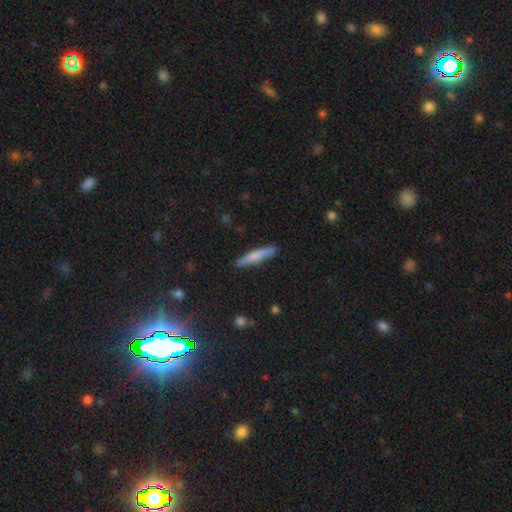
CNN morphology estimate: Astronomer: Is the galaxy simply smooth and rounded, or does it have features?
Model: smooth — 67%.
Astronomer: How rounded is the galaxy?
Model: cigar-shaped — 92%.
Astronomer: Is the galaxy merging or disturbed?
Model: none — 88%.